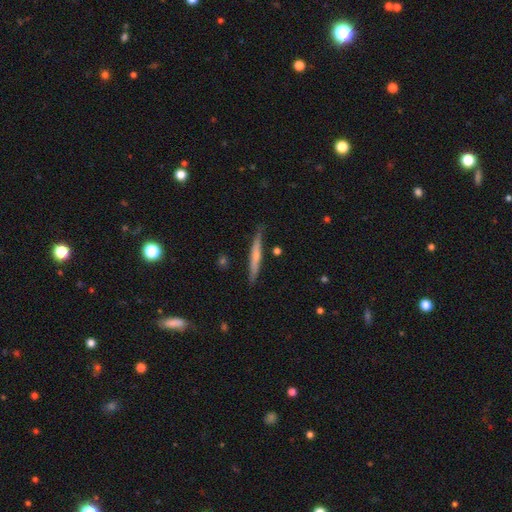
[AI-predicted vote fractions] smooth 49%, featured or disk 46%, star or artifact 5%. Down the decision tree: merging — none (83%).